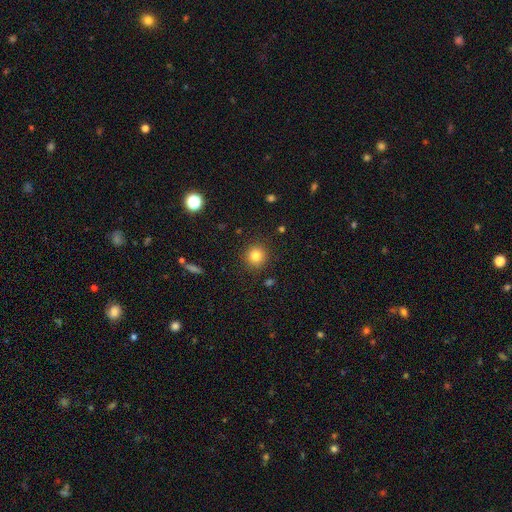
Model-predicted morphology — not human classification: This appears to be a smooth galaxy with no disk features (82%) that is round (93%). Merging: none (90%).